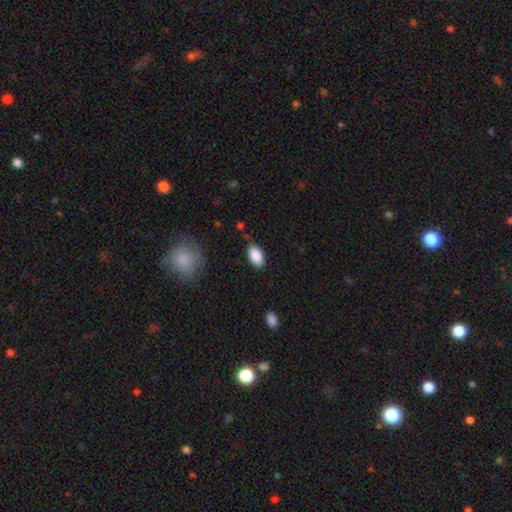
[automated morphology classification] Smooth or featured? smooth (88%)
How rounded? in between (94%)
Merging? none (82%)